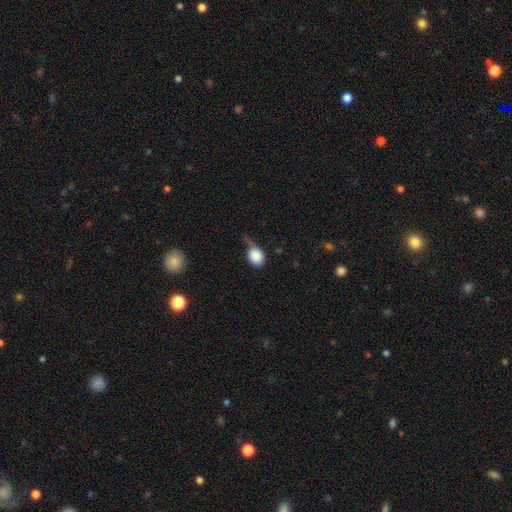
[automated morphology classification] A smooth galaxy with no disk features (85%) that is in between round and cigar-shaped (52%). Merging: minor disturbance (43%).